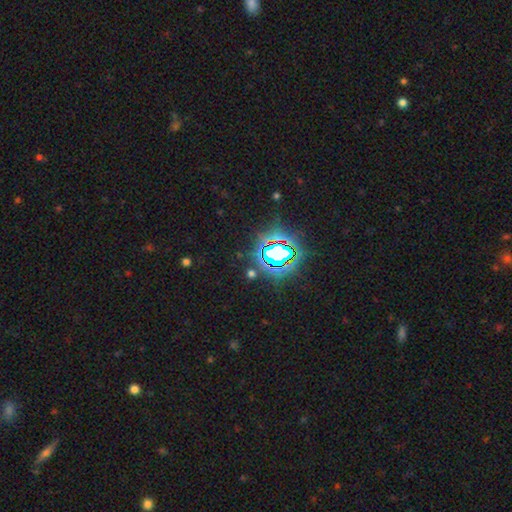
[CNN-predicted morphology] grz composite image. It shows a star or artifact, not a galaxy (77%).